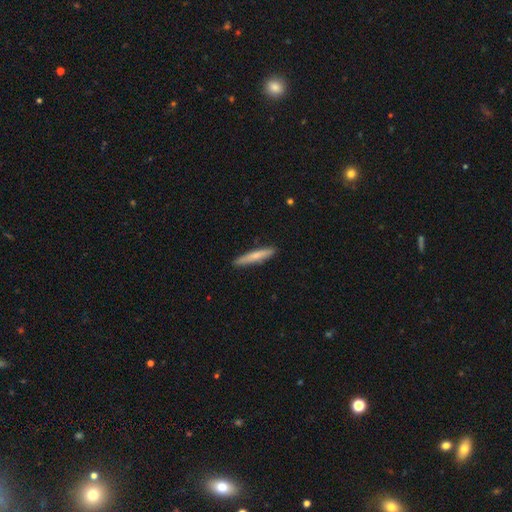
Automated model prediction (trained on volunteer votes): Smooth or featured?
  - smooth: 68% *
  - featured or disk: 27%
  - star or artifact: 5%
How rounded?
  - cigar-shaped: 93% *
  - in between: 6%
  - round: 1%
Merging?
  - none: 90% *
  - minor disturbance: 7%
  - major disturbance: 1%
  - merger: 1%